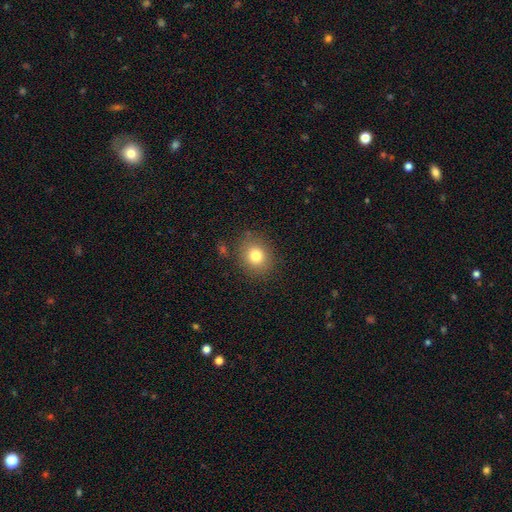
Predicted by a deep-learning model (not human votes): smooth 79%, star or artifact 12%, featured or disk 9%. Down the decision tree: how rounded — round (72%); merging — none (84%).